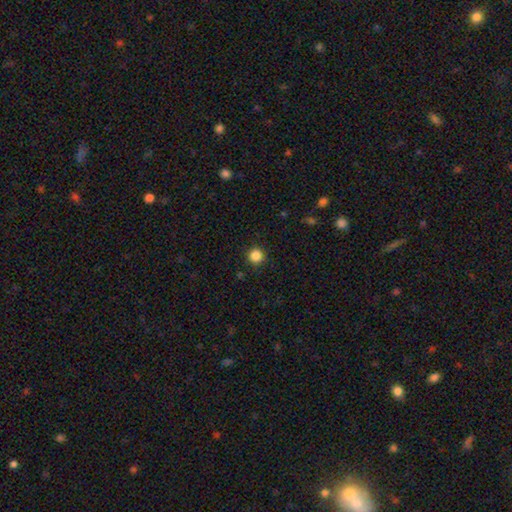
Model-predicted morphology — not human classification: Smooth or featured? Predicted: smooth (p=0.86). How rounded? Predicted: round (p=0.96). Merging? Predicted: none (p=0.92).